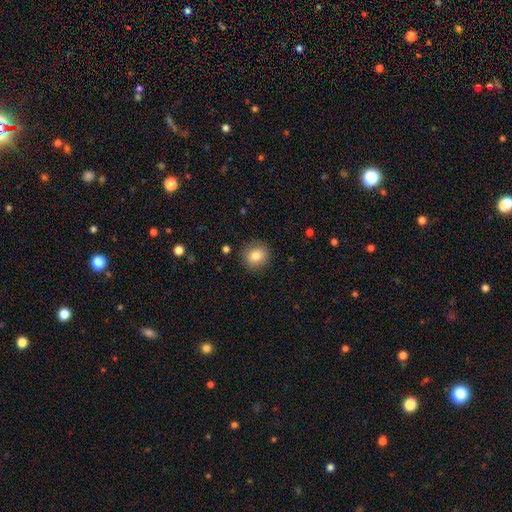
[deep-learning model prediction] A smooth galaxy with no disk features (83%) that is round (84%). Merging: none (88%).